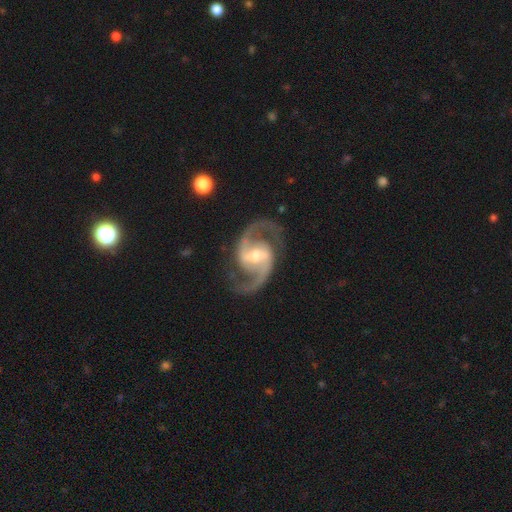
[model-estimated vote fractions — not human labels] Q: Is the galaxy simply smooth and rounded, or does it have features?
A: featured or disk — 94%.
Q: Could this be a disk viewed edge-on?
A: no — 98%.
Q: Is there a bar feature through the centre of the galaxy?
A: weak — 46%.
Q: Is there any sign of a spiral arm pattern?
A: yes — 98%.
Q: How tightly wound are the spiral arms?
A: medium — 66%.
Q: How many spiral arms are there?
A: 2 — 95%.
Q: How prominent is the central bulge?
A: moderate — 61%.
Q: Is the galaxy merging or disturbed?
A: none — 84%.